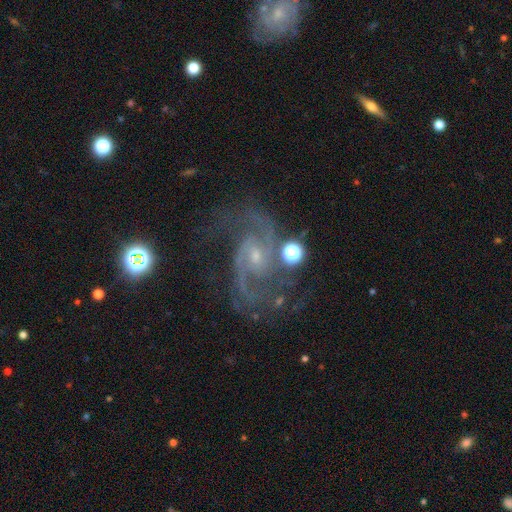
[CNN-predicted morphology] This is clearly a featured or disk galaxy (89%). It is clearly not viewed edge-on (98%). Bar: possibly weak (47%). Spiral arm pattern: clearly yes (98%). Spiral arm count: likely 2 (79%). Spiral winding: possibly medium (56%). Central bulge: likely small (65%). Merging: possibly none (59%).